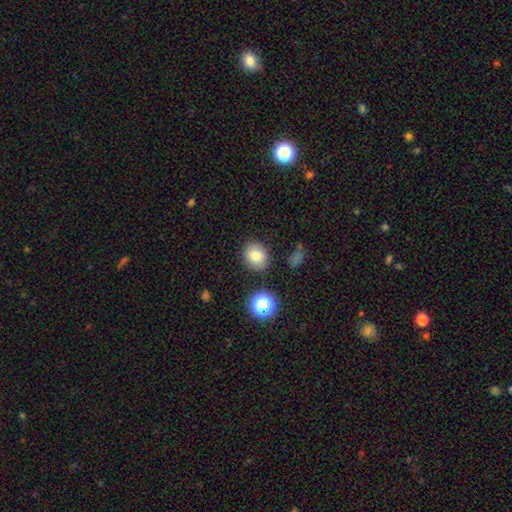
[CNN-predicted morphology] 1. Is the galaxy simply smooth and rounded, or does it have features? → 81% smooth, 11% star or artifact, 7% featured or disk.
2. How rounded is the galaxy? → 54% round, 45% in between, 1% cigar-shaped.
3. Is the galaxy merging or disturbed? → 83% none, 11% minor disturbance, 3% merger, 3% major disturbance.